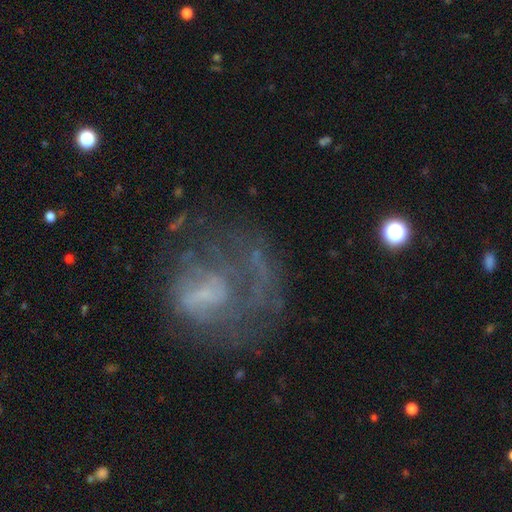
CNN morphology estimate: smooth_or_featured: featured or disk (p=0.65) [alt: smooth p=0.21]
disk_edge_on: no (p=0.97) [alt: yes p=0.03]
bar: no (p=0.61) [alt: weak p=0.31]
has_spiral_arms: no (p=0.50) [tied with: yes p=0.50]
bulge_size: none (p=0.44) [alt: small p=0.34]
merging: none (p=0.40) [alt: major disturbance p=0.38]